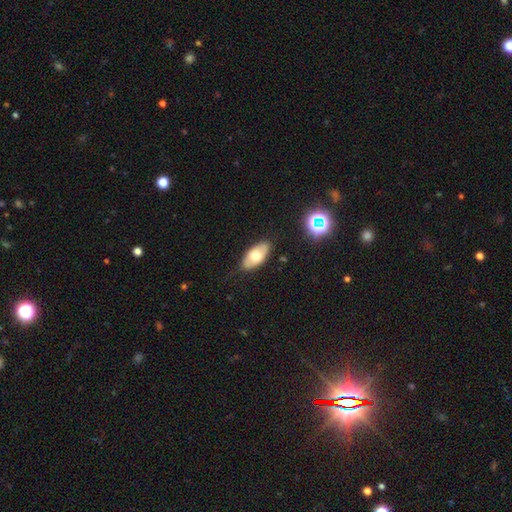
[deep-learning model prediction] smooth 65%, featured or disk 28%, star or artifact 8%. Down the decision tree: how rounded — in between (92%); merging — none (84%).